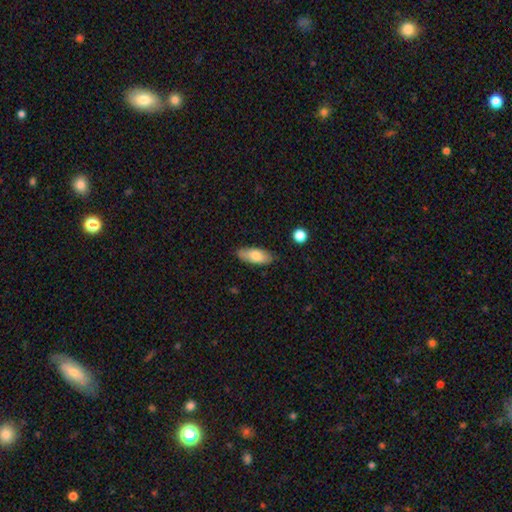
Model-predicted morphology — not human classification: Smooth or featured?
  - smooth: 77% *
  - featured or disk: 17%
  - star or artifact: 6%
How rounded?
  - in between: 81% *
  - cigar-shaped: 16%
  - round: 2%
Merging?
  - none: 79% *
  - minor disturbance: 16%
  - major disturbance: 3%
  - merger: 2%